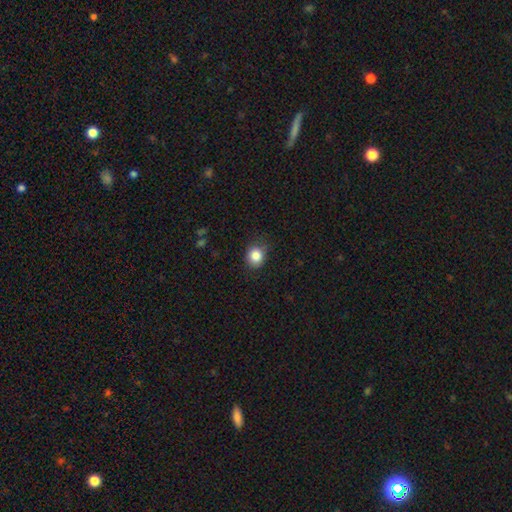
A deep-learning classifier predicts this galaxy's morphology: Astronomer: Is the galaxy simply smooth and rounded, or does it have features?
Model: smooth — 84%.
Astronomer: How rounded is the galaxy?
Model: round — 70%.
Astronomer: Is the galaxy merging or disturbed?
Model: none — 72%.